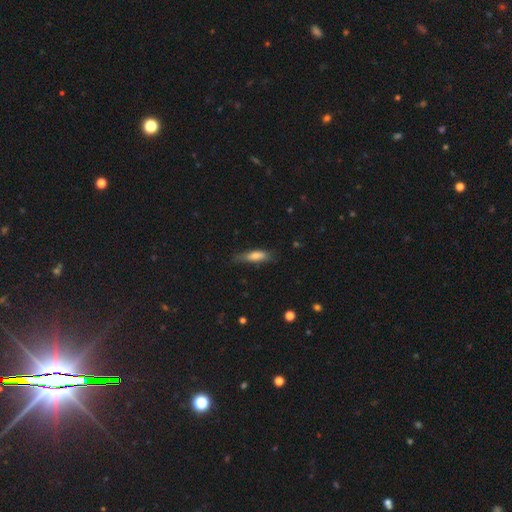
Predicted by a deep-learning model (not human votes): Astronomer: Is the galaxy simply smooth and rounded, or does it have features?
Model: smooth — 72%.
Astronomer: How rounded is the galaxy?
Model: cigar-shaped — 61% (runner-up: in between, 37%).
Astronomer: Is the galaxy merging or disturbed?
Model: none — 63%.